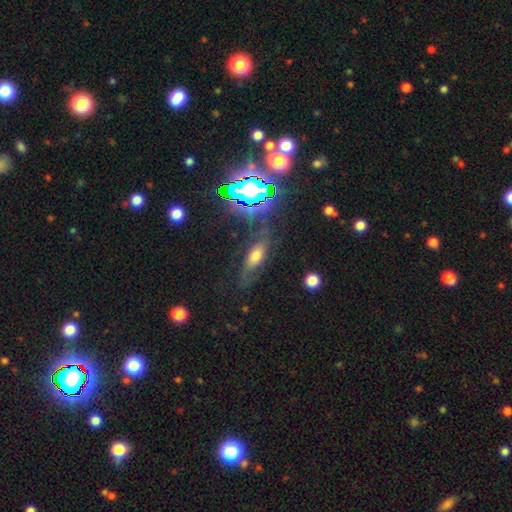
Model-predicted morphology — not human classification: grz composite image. It shows a featured or disk galaxy (42%). Merging: none (65%).